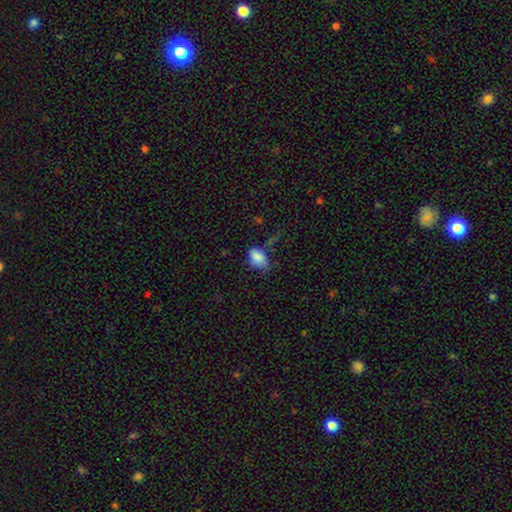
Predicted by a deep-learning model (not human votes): A smooth galaxy with no disk features (83%) that is in between round and cigar-shaped (85%).

Vote fractions:
- Smooth or featured? smooth: 83% / star or artifact: 9% / featured or disk: 8%
- How rounded? in between: 85% / round: 13% / cigar-shaped: 2%
- Merging? none: 43% / minor disturbance: 34% / major disturbance: 16% / merger: 6%